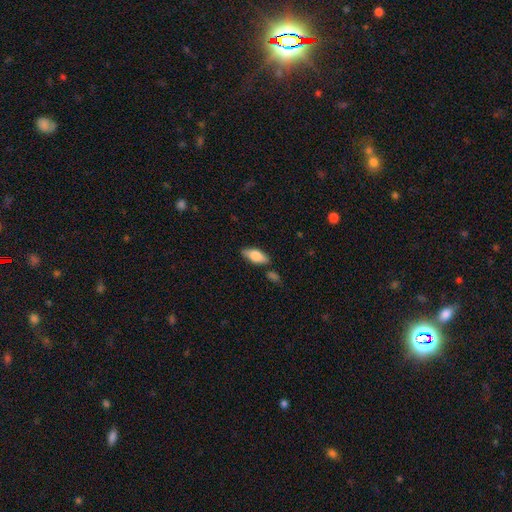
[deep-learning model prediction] Smooth or featured? smooth (69%)
How rounded? in between (81%)
Merging? none (79%)